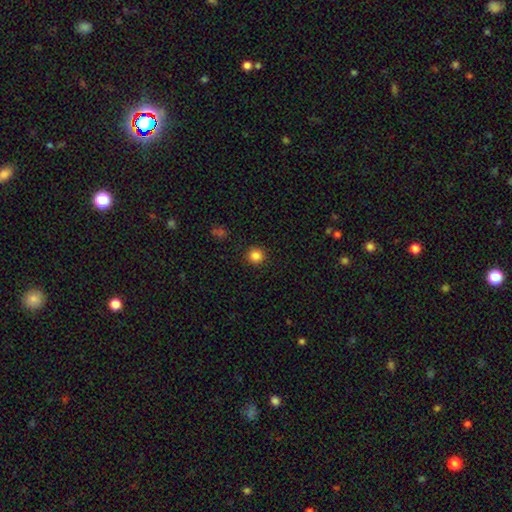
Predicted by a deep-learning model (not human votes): The model was most divided on "smooth or featured": smooth: 85%, star or artifact: 12%, featured or disk: 4%. More confident: how rounded — round (95%); merging — none (92%).